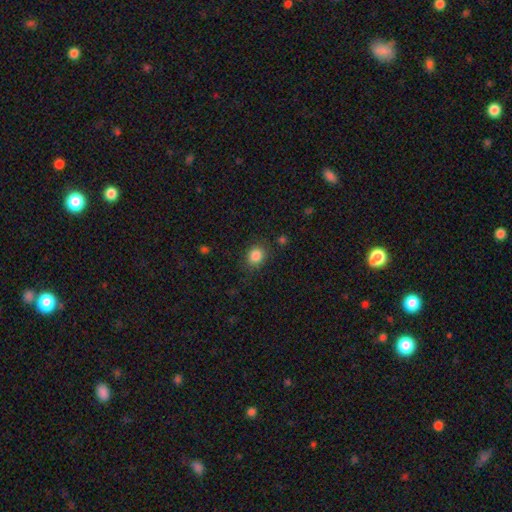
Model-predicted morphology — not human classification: Smooth or featured? smooth (85%)
How rounded? round (67%)
Merging? none (82%)